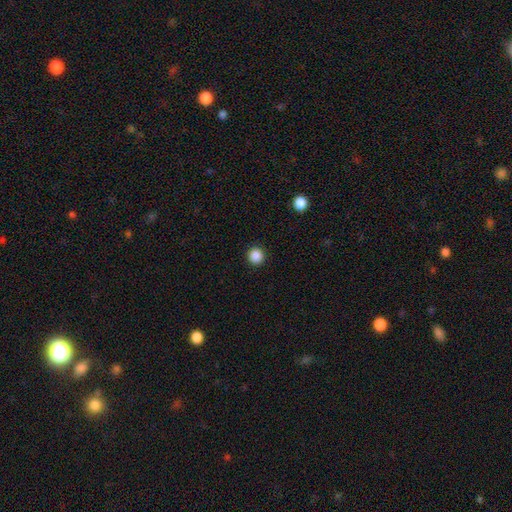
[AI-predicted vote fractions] This appears to be a smooth galaxy with no disk features (87%) that is round (95%). Merging: none (93%).